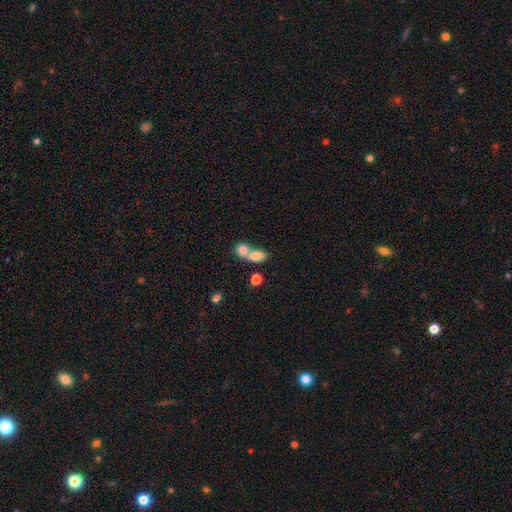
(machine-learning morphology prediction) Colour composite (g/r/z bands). It shows a smooth galaxy with no disk features (79%) that is in between round and cigar-shaped (69%). Merging: merger (67%).